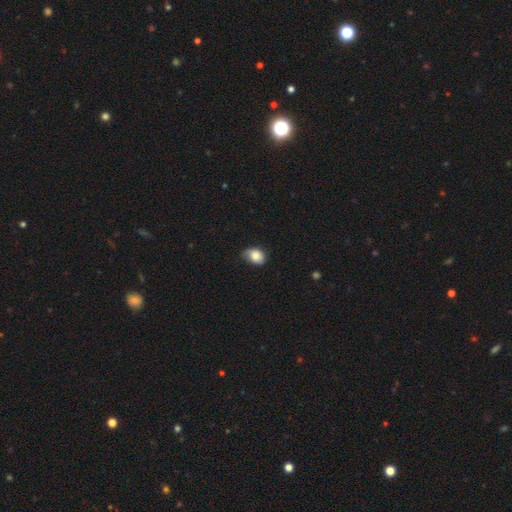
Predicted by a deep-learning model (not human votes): The model was most divided on "merging": none: 49%, minor disturbance: 40%, major disturbance: 9%, merger: 2%. More confident: smooth or featured — smooth (84%); how rounded — in between (70%).